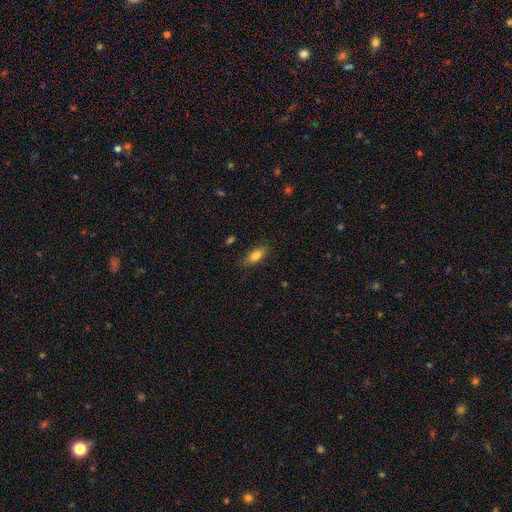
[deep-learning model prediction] A smooth galaxy with no disk features (77%) that is in between round and cigar-shaped (72%).

Vote fractions:
- Smooth or featured? smooth: 77% / featured or disk: 15% / star or artifact: 8%
- How rounded? in between: 72% / cigar-shaped: 25% / round: 3%
- Merging? none: 82% / minor disturbance: 14% / major disturbance: 3% / merger: 2%